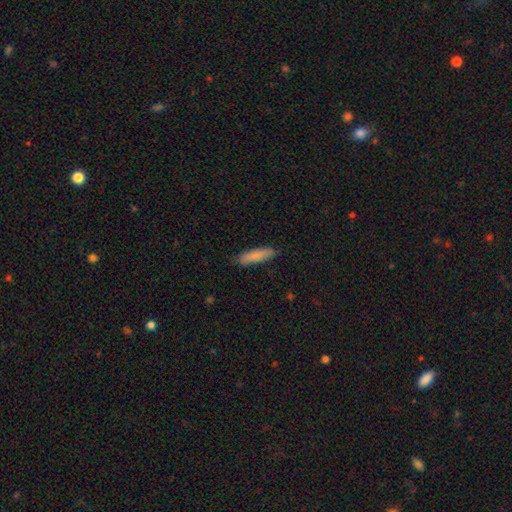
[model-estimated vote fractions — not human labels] This appears to be a smooth galaxy with no disk features (84%) that is cigar-shaped (72%). Merging: none (83%).